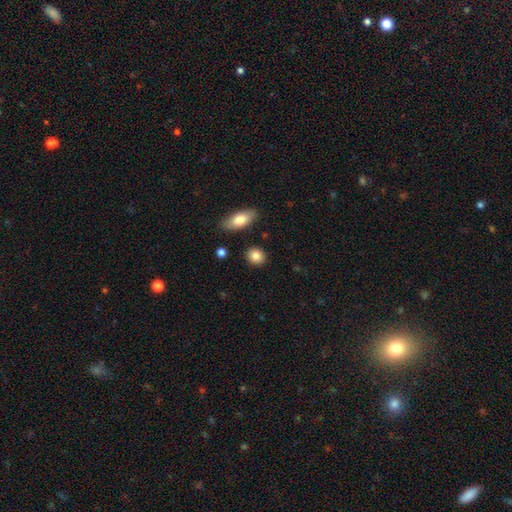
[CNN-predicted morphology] The model was most divided on "how rounded": round: 69%, in between: 28%, cigar-shaped: 2%. More confident: merging — none (88%); smooth or featured — smooth (85%).